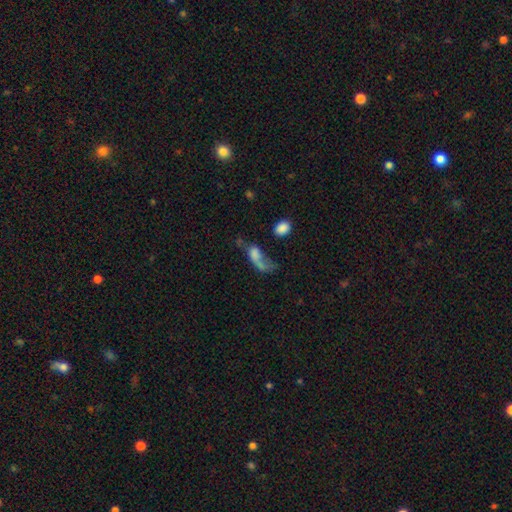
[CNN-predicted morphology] This appears to be a smooth galaxy with no disk features (60%) that is in between round and cigar-shaped (73%). Merging: major disturbance (40%).